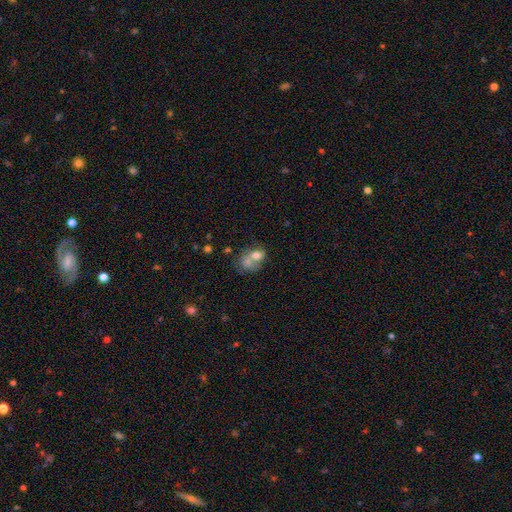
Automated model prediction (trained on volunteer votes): smooth_or_featured: smooth (p=0.65) [alt: featured or disk p=0.25]
how_rounded: in between (p=0.56) [alt: round p=0.42]
merging: merger (p=0.64) [alt: none p=0.20]